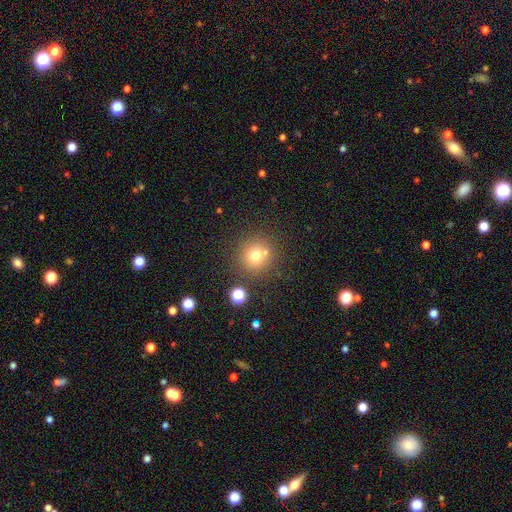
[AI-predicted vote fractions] Q: Smooth or featured?
A: smooth (73%); runner-up: star or artifact (16%)
Q: How rounded?
A: round (93%); runner-up: in between (6%)
Q: Merging?
A: none (74%); runner-up: merger (14%)